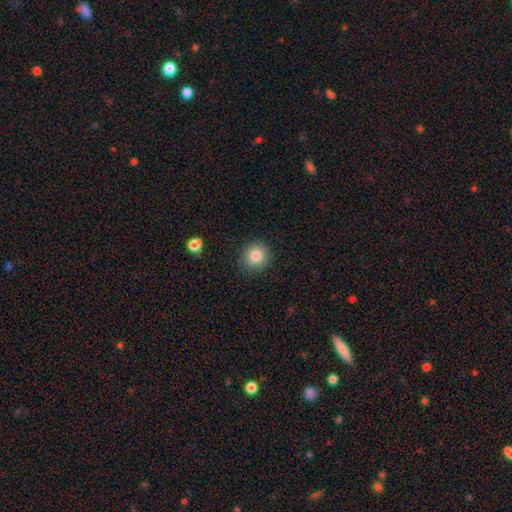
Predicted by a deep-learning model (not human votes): A smooth galaxy with no disk features (84%) that is round (88%).

Vote fractions:
- Smooth or featured? smooth: 84% / star or artifact: 9% / featured or disk: 6%
- How rounded? round: 88% / in between: 11% / cigar-shaped: 1%
- Merging? none: 86% / minor disturbance: 10% / major disturbance: 3% / merger: 2%